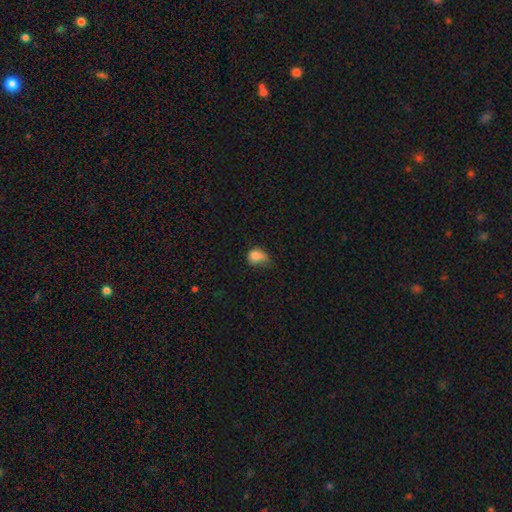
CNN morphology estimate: The model was most divided on "how rounded": in between: 52%, round: 47%, cigar-shaped: 1%. Remaining: smooth or featured — smooth (79%); merging — minor disturbance (42%).